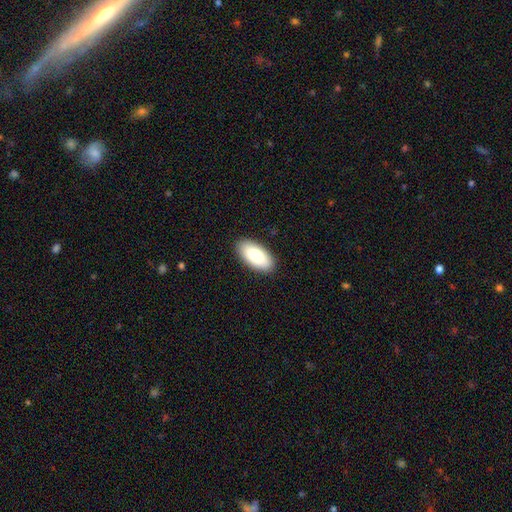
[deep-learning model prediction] Q: Smooth or featured?
A: smooth (83%); runner-up: featured or disk (11%)
Q: How rounded?
A: in between (94%); runner-up: cigar-shaped (4%)
Q: Merging?
A: none (90%); runner-up: minor disturbance (7%)